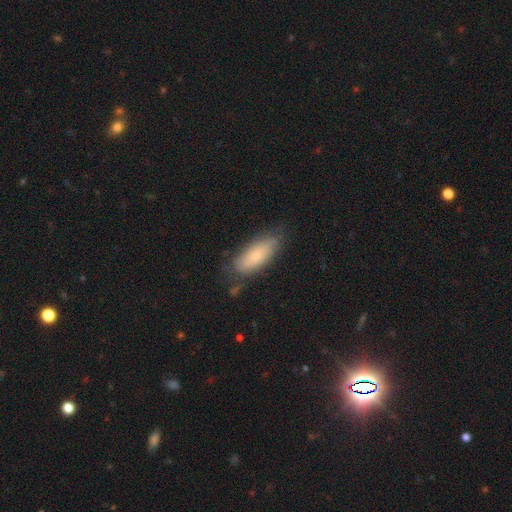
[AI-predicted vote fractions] A smooth galaxy with no disk features (77%) that is in between round and cigar-shaped (73%). Merging: none (69%).